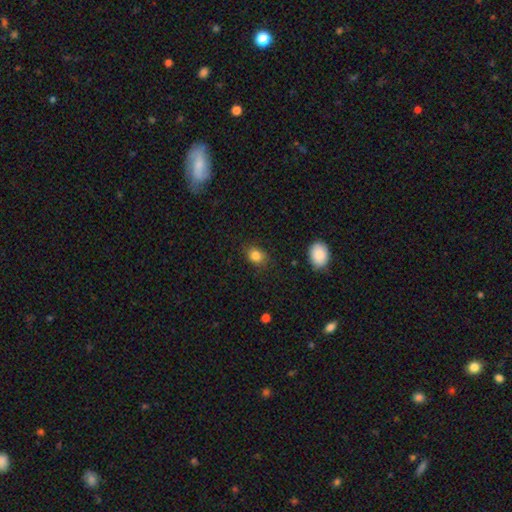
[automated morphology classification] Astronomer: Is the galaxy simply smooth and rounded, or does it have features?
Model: smooth — 84%.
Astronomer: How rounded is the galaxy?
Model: in between — 53% (runner-up: round, 46%).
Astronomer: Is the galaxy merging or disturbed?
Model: none — 78%.